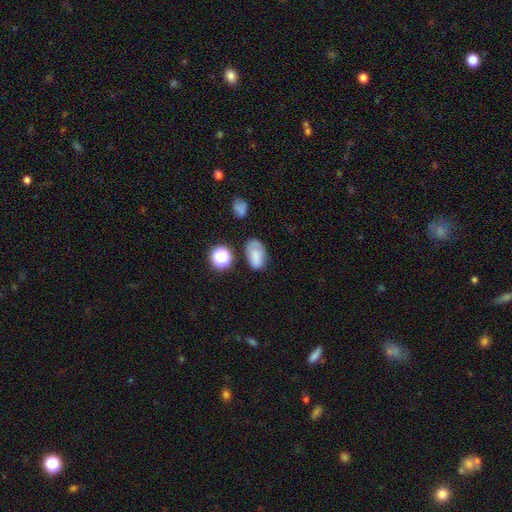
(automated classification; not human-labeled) Morphology: type=smooth (71%); roundness=in between (88%); merging=none (62%).